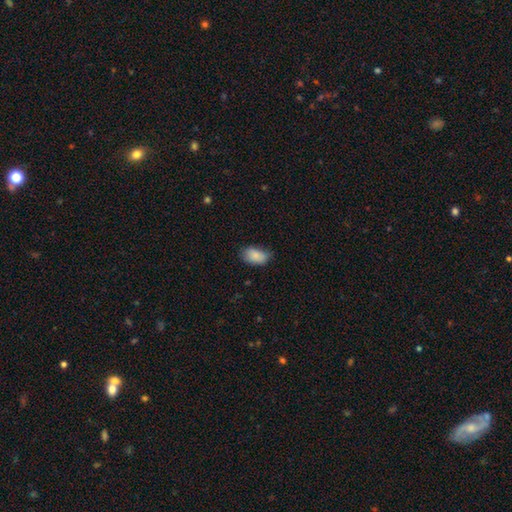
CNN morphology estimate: A smooth galaxy with no disk features (86%) that is in between round and cigar-shaped (91%). Merging: none (61%).